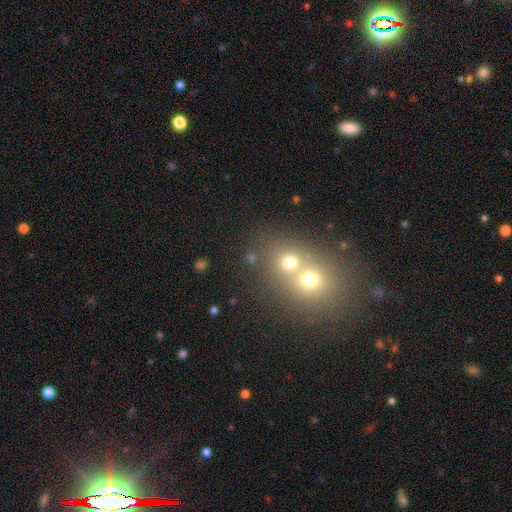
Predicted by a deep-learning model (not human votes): Smooth or featured: smooth — 58% (star or artifact — 22%)
How rounded: round — 70% (in between — 28%)
Merging: merger — 61% (none — 31%)